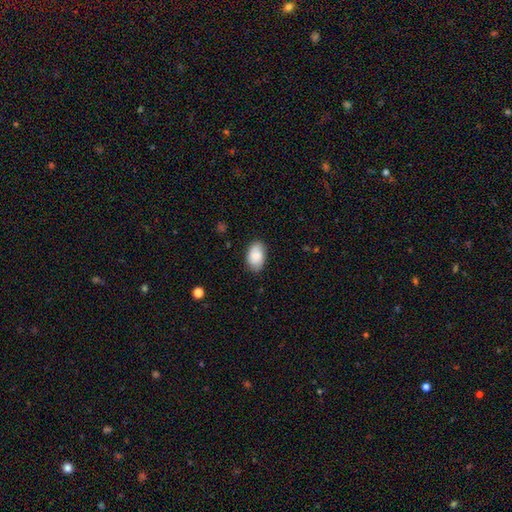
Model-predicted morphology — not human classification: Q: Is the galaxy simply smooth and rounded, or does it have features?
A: smooth — 79%.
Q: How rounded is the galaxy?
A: in between — 91%.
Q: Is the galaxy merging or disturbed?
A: none — 80%.